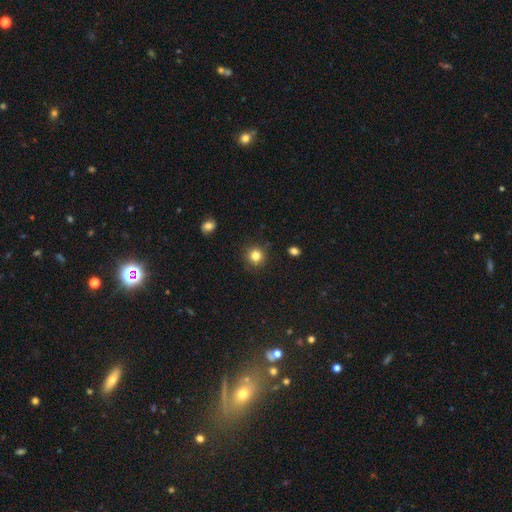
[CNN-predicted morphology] Q: Smooth or featured?
A: smooth (83%); runner-up: star or artifact (12%)
Q: How rounded?
A: round (92%); runner-up: in between (7%)
Q: Merging?
A: none (90%); runner-up: minor disturbance (7%)